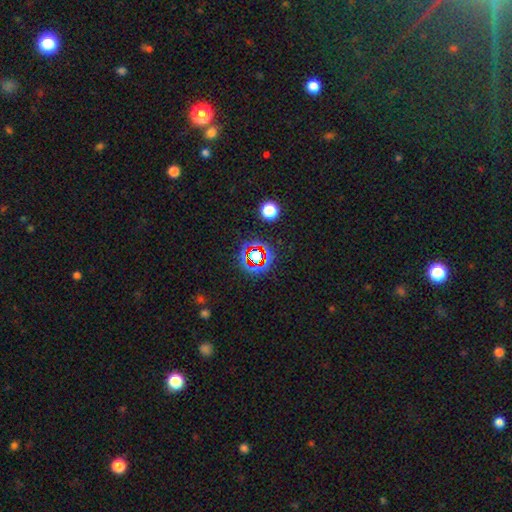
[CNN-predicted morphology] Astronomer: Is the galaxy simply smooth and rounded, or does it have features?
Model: star or artifact — 72%.